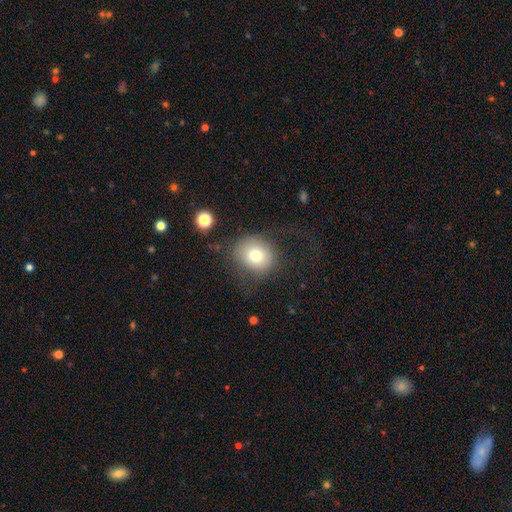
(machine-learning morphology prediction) Smooth or featured? smooth (74%)
How rounded? round (72%)
Merging? none (68%)